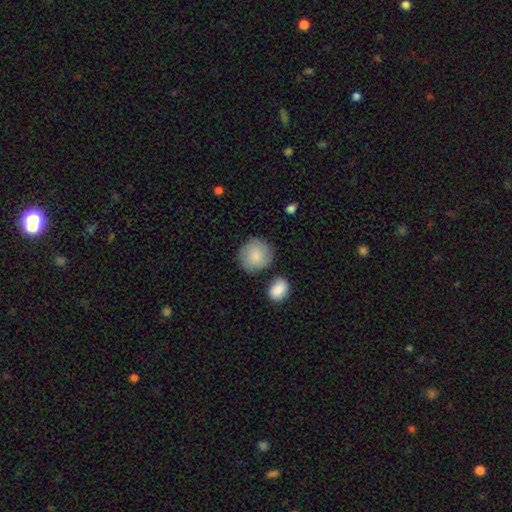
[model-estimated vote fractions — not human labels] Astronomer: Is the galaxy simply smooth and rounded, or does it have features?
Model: smooth — 80%.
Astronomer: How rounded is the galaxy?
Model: round — 90%.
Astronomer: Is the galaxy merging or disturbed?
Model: none — 73%.